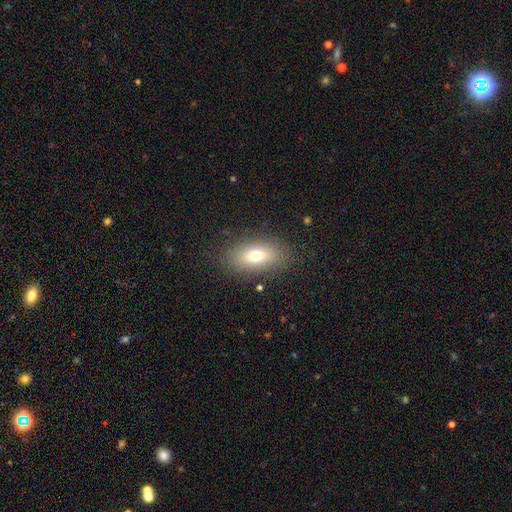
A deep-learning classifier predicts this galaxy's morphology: The model was most divided on "smooth or featured": smooth: 72%, featured or disk: 16%, star or artifact: 12%. More confident: merging — none (85%); how rounded — in between (85%).